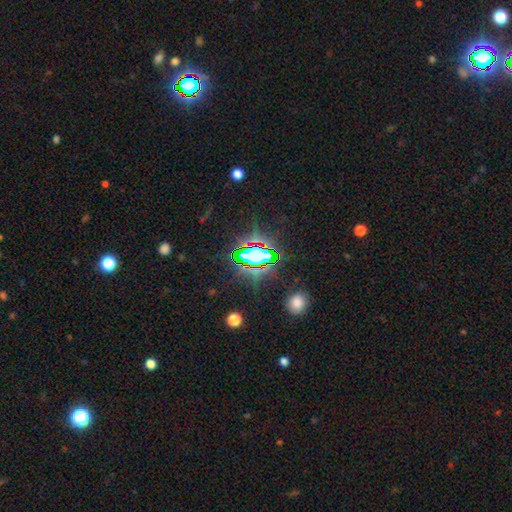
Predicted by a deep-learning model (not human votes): A star or artifact, not a galaxy (72%).

Vote fractions:
- Smooth or featured? star or artifact: 72% / smooth: 17% / featured or disk: 11%